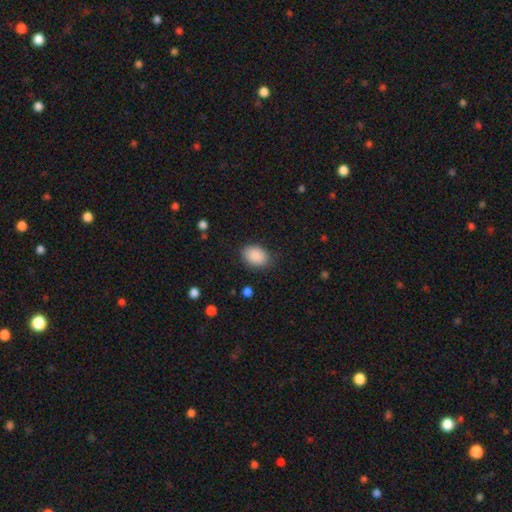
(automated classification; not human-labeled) Smooth or featured? smooth (90%)
How rounded? in between (78%)
Merging? none (84%)